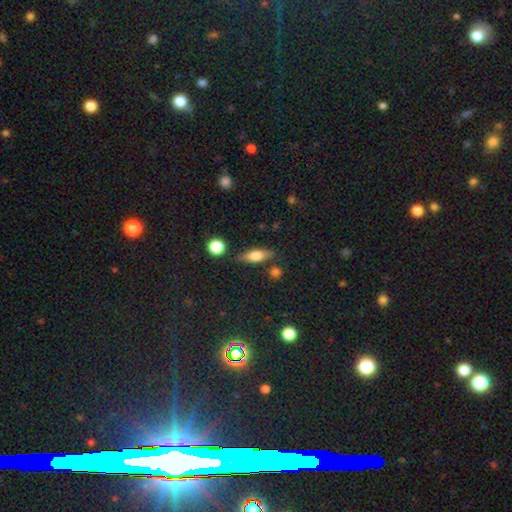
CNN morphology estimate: Smooth or featured?
  - smooth: 59% *
  - featured or disk: 33%
  - star or artifact: 8%
How rounded?
  - in between: 52% *
  - cigar-shaped: 44%
  - round: 5%
Merging?
  - none: 80% *
  - minor disturbance: 12%
  - merger: 4%
  - major disturbance: 3%